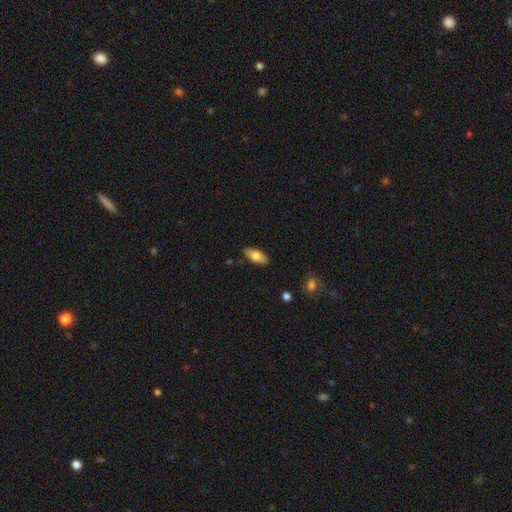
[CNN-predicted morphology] smooth-or-featured: smooth: 75% | featured or disk: 18% | star or artifact: 6%
  how-rounded: in between: 84% | cigar-shaped: 14% | round: 2%
  merging: none: 86% | minor disturbance: 11% | major disturbance: 2% | merger: 1%